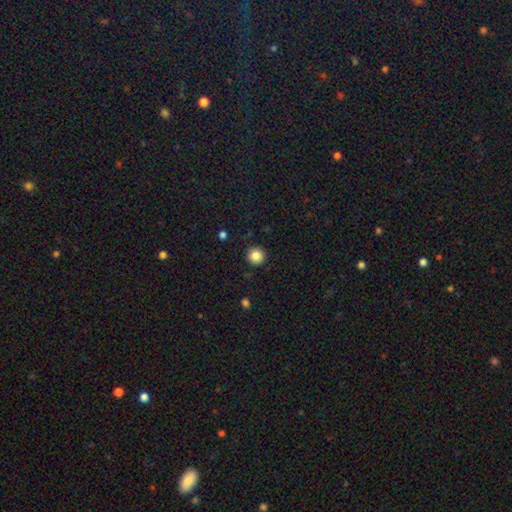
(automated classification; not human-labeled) A smooth galaxy with no disk features (85%) that is round (95%).

Vote fractions:
- Smooth or featured? smooth: 85% / star or artifact: 10% / featured or disk: 5%
- How rounded? round: 95% / in between: 4% / cigar-shaped: 1%
- Merging? none: 92% / minor disturbance: 6% / major disturbance: 2% / merger: 1%